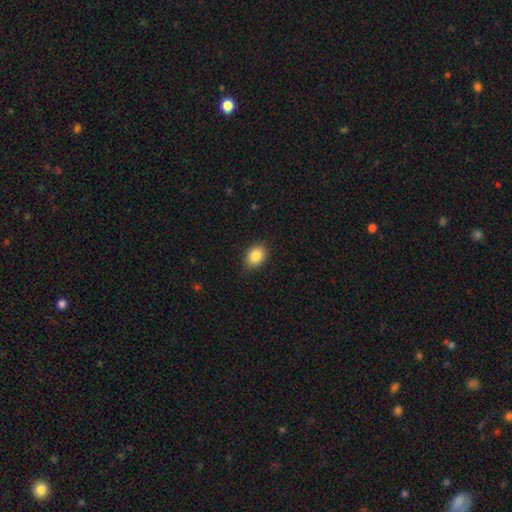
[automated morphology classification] This appears to be a smooth galaxy with no disk features (87%) that is in between round and cigar-shaped (63%). Merging: none (85%).